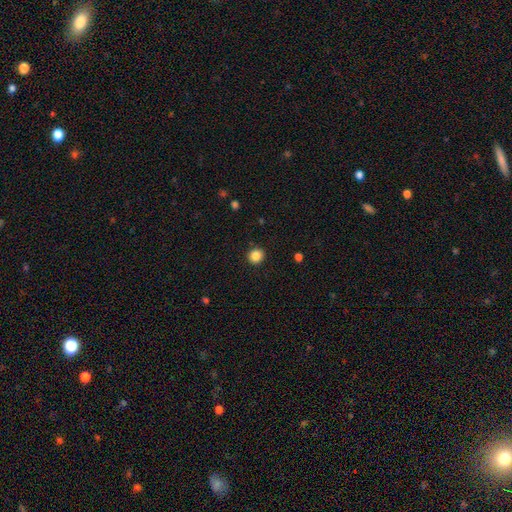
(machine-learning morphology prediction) This appears to be a smooth galaxy with no disk features (86%) that is round (91%). Merging: none (92%).